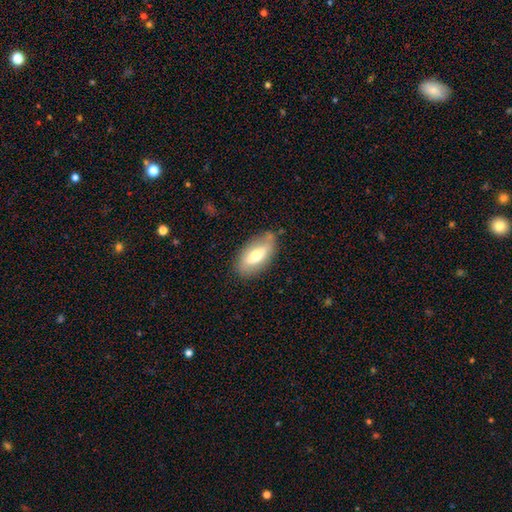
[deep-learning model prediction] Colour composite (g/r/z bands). It shows a smooth galaxy with no disk features (61%) that is in between round and cigar-shaped (87%). Merging: none (74%).